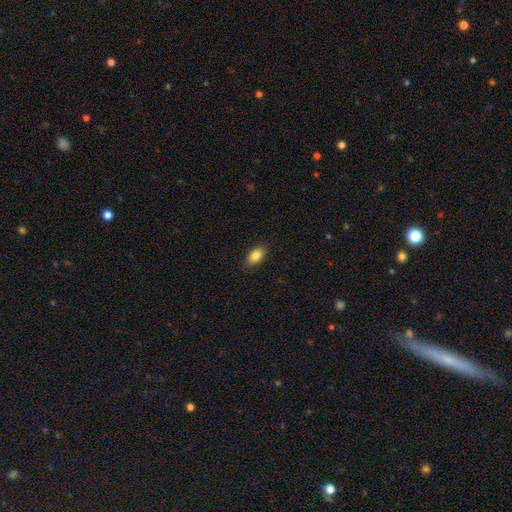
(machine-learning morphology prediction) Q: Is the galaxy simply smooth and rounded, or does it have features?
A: smooth — 85%.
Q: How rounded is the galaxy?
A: in between — 88%.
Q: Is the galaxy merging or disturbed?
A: none — 85%.